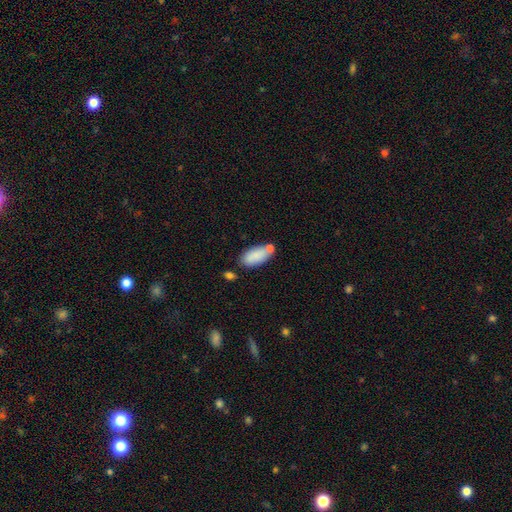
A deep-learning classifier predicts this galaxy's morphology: smooth_or_featured: smooth (p=0.83) [alt: featured or disk p=0.10]
how_rounded: in between (p=0.91) [alt: cigar-shaped p=0.07]
merging: none (p=0.60) [alt: merger p=0.18]